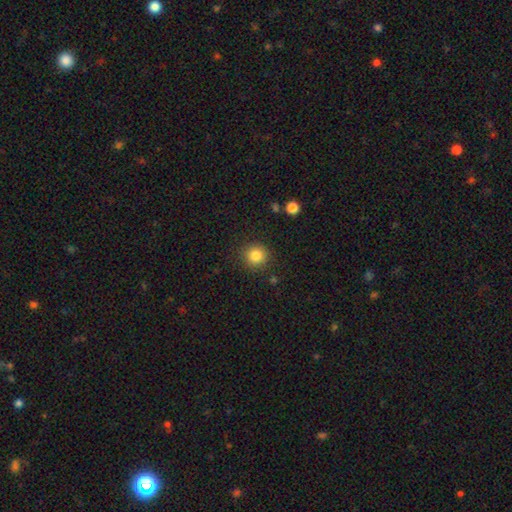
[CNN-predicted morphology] smooth-or-featured: smooth: 84% | star or artifact: 11% | featured or disk: 5%
  how-rounded: round: 91% | in between: 8% | cigar-shaped: 1%
  merging: none: 89% | minor disturbance: 7% | major disturbance: 3% | merger: 2%